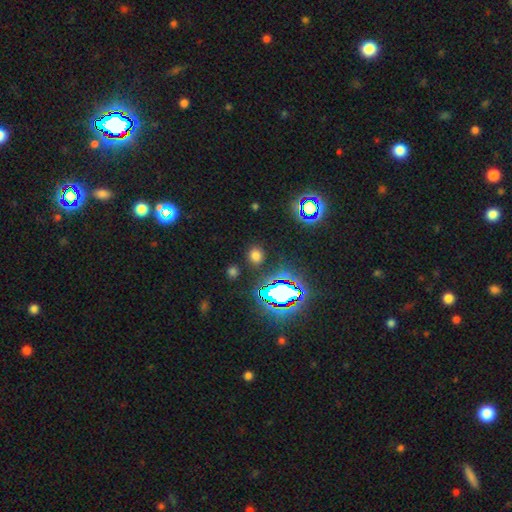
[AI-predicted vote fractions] The model was most divided on "smooth or featured": smooth: 62%, star or artifact: 31%, featured or disk: 6%. More confident: merging — none (87%); how rounded — round (80%).